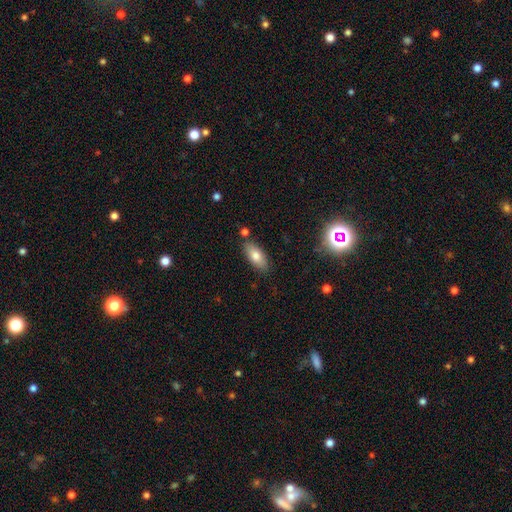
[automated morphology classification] smooth_or_featured: smooth (p=0.76) [alt: featured or disk p=0.16]
how_rounded: in between (p=0.84) [alt: cigar-shaped p=0.13]
merging: none (p=0.81) [alt: minor disturbance p=0.12]